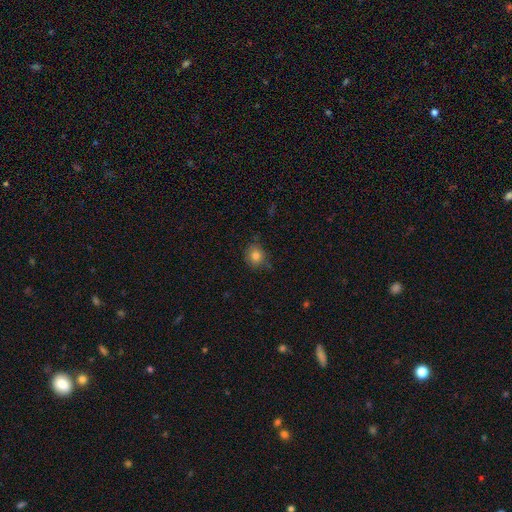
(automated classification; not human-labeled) Q: Smooth or featured?
A: smooth (80%); runner-up: star or artifact (11%)
Q: How rounded?
A: round (82%); runner-up: in between (17%)
Q: Merging?
A: none (77%); runner-up: minor disturbance (18%)